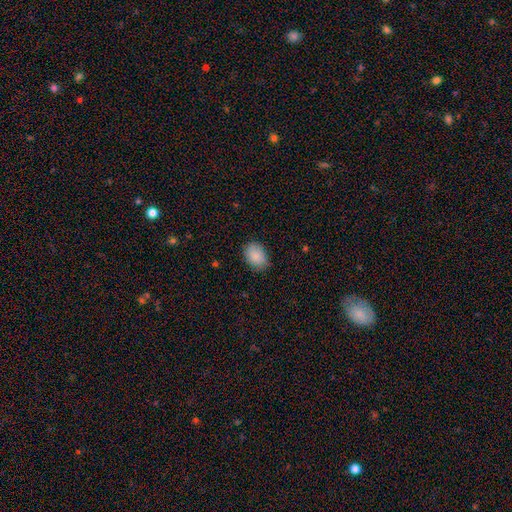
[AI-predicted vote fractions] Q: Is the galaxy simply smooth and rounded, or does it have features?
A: smooth — 87%.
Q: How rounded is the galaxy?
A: in between — 70%.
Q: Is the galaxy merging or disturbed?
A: none — 76%.